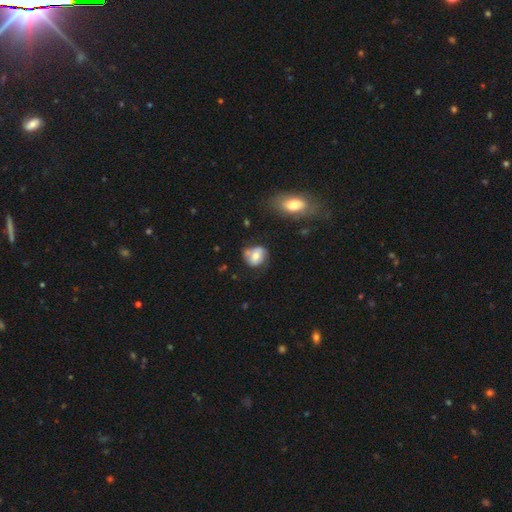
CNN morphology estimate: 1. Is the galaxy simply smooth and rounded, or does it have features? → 61% smooth, 31% featured or disk, 8% star or artifact.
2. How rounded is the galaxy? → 66% round, 33% in between, 1% cigar-shaped.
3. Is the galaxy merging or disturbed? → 56% none, 26% minor disturbance, 10% merger, 8% major disturbance.